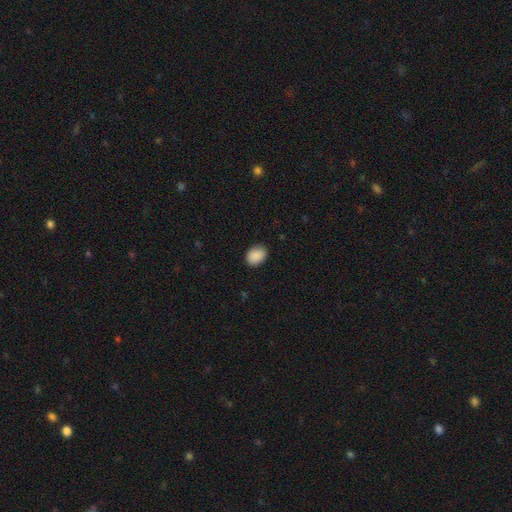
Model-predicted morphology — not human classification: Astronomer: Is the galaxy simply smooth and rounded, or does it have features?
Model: smooth — 90%.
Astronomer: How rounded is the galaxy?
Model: in between — 68%.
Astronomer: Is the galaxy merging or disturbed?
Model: none — 87%.